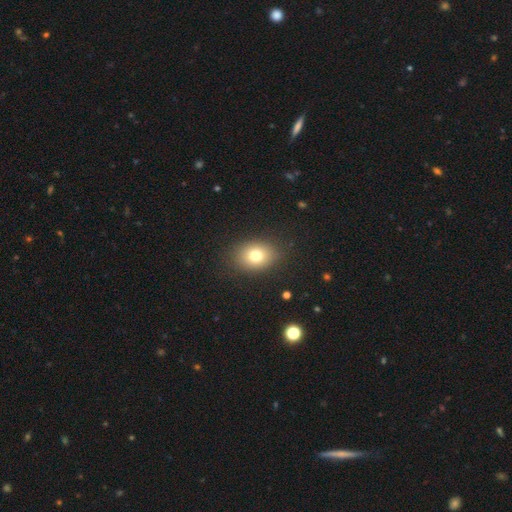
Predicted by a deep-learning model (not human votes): smooth 77%, star or artifact 12%, featured or disk 11%. Down the decision tree: how rounded — in between (61%); merging — none (86%).